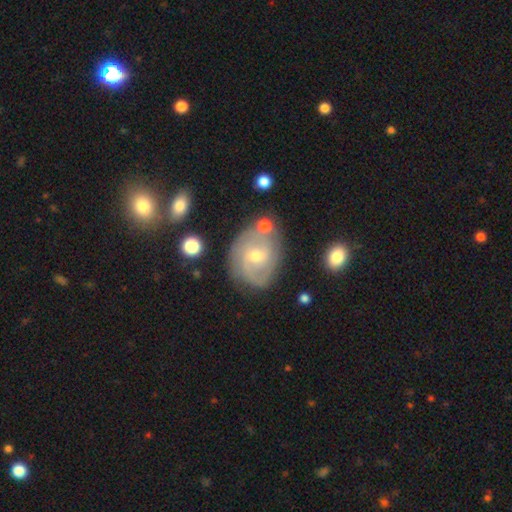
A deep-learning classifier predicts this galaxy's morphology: Overall: featured or disk (74%). Edge-on disk: no (97%). Bar: no (59%; weak 35%). Spiral arms: yes (88%). Spiral arm count: 2 (44%; can't tell 28%). Spiral winding: tight (51%; medium 36%). Bulge size: small (52%; moderate 45%). Merging: none (69%).